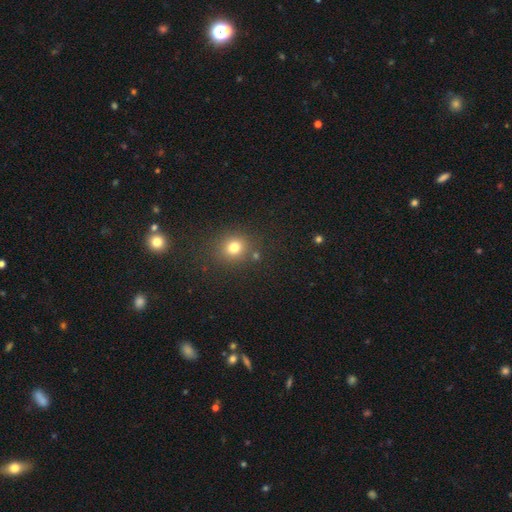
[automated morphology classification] Smooth or featured: smooth — 69% (star or artifact — 24%)
How rounded: round — 84% (in between — 15%)
Merging: none — 81% (minor disturbance — 9%)